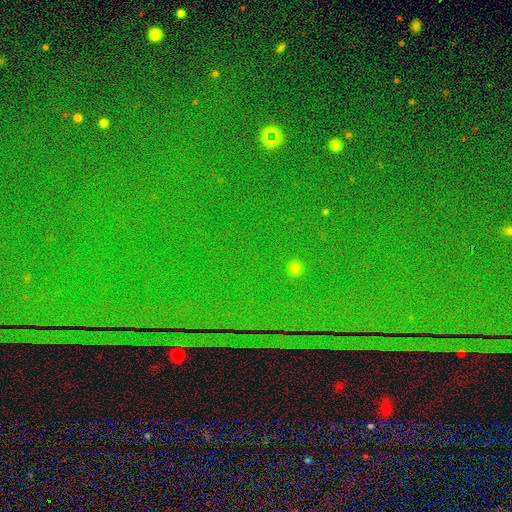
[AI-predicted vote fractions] Smooth or featured: star or artifact — 84% (smooth — 9%)